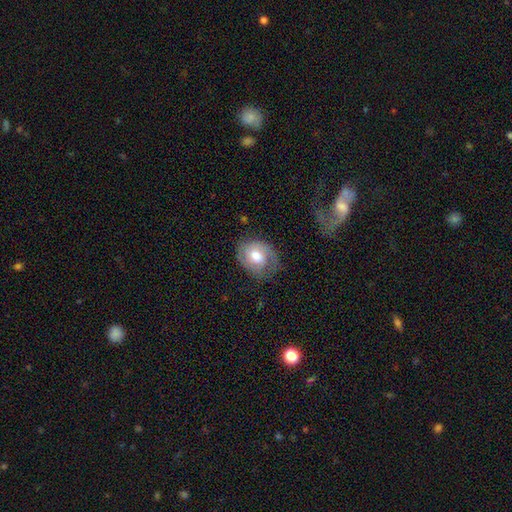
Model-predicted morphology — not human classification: smooth_or_featured: featured or disk (p=0.53) [alt: smooth p=0.40]
disk_edge_on: no (p=0.96) [alt: yes p=0.04]
bar: no (p=0.60) [alt: weak p=0.33]
has_spiral_arms: yes (p=0.81) [alt: no p=0.19]
bulge_size: moderate (p=0.67) [alt: large p=0.18]
merging: none (p=0.62) [alt: minor disturbance p=0.25]